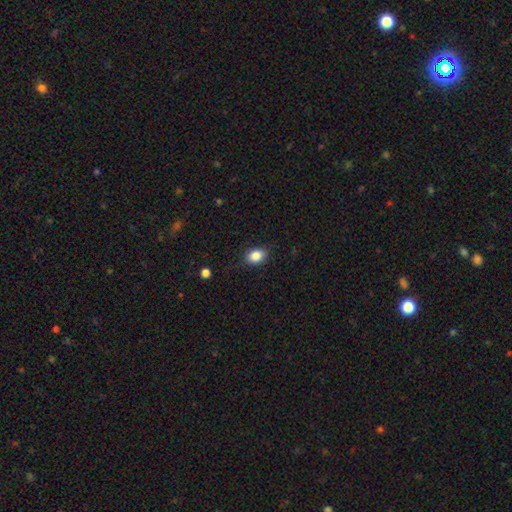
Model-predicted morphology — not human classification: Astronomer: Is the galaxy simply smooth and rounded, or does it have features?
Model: smooth — 86%.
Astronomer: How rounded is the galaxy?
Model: in between — 73%.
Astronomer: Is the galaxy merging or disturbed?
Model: none — 81%.